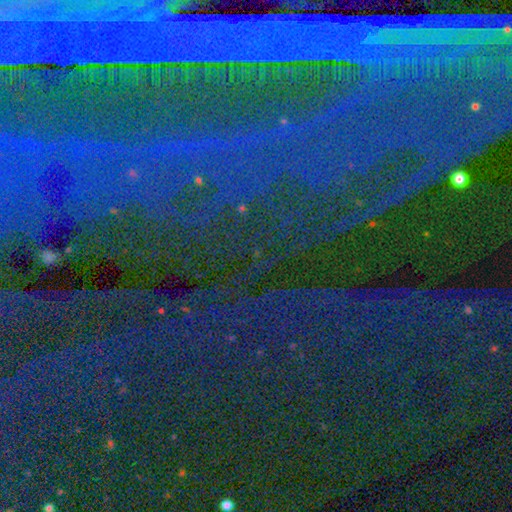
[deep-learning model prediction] The model was most divided on "smooth or featured": star or artifact: 85%, smooth: 7%, featured or disk: 7%.